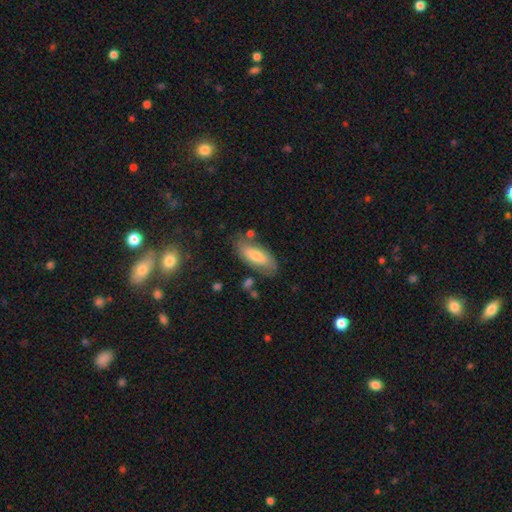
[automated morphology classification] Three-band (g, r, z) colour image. It shows a smooth galaxy with no disk features (66%) that is in between round and cigar-shaped (78%). Merging: none (72%).